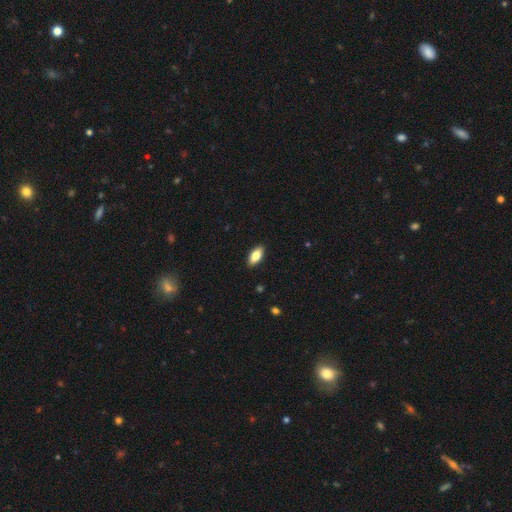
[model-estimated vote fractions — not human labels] Morphology: type=smooth (82%); roundness=in between (88%); merging=none (90%).